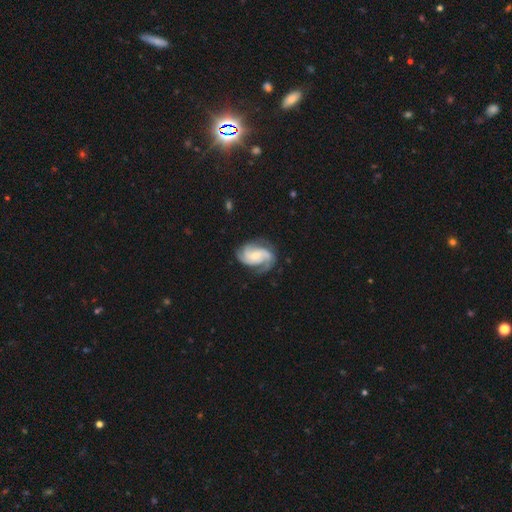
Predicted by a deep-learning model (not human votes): Morphology: type=featured or disk (87%); edge-on=no (98%); bar=no (54%); spiral arms=yes (98%); winding=medium (46%); arm count=3 (44%); bulge=small (54%); merging=none (70%).